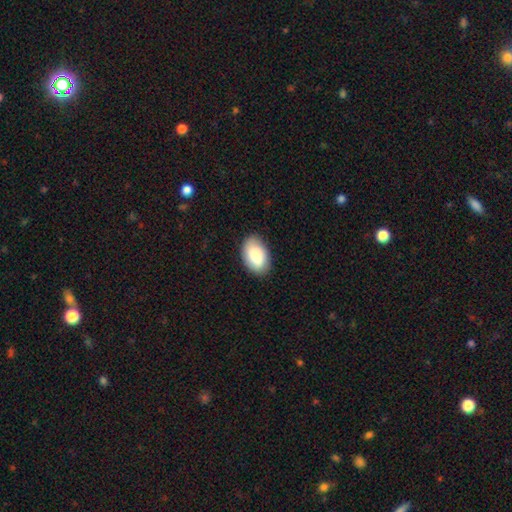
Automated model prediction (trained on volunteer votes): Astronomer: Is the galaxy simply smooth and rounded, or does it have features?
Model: smooth — 84%.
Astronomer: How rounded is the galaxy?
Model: in between — 91%.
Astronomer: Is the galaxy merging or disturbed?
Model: none — 84%.